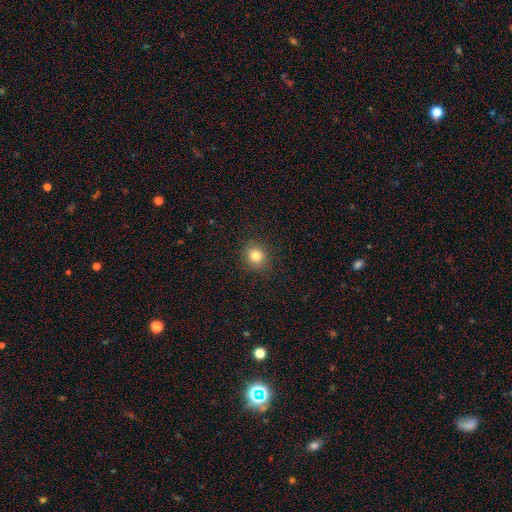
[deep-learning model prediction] A smooth galaxy with no disk features (81%) that is round (87%).

Vote fractions:
- Smooth or featured? smooth: 81% / star or artifact: 13% / featured or disk: 6%
- How rounded? round: 87% / in between: 12% / cigar-shaped: 1%
- Merging? none: 90% / minor disturbance: 7% / major disturbance: 2% / merger: 1%